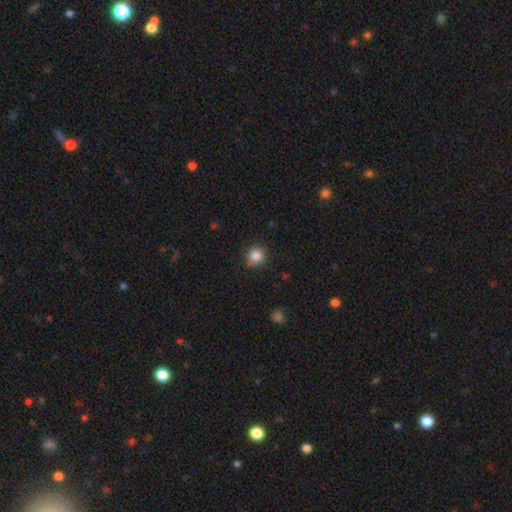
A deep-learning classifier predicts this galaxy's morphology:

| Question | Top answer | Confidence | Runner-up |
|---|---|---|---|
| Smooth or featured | smooth | 85% | star or artifact (11%) |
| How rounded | round | 91% | in between (9%) |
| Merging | none | 81% | minor disturbance (14%) |